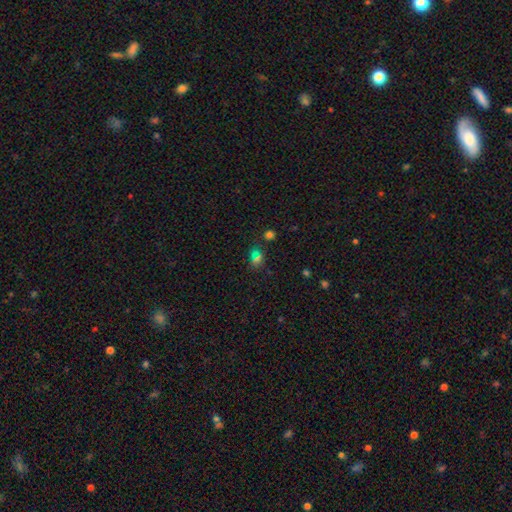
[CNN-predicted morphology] Q: Smooth or featured?
A: smooth (56%); runner-up: star or artifact (35%)
Q: How rounded?
A: in between (50%); runner-up: round (47%)
Q: Merging?
A: none (72%); runner-up: minor disturbance (13%)